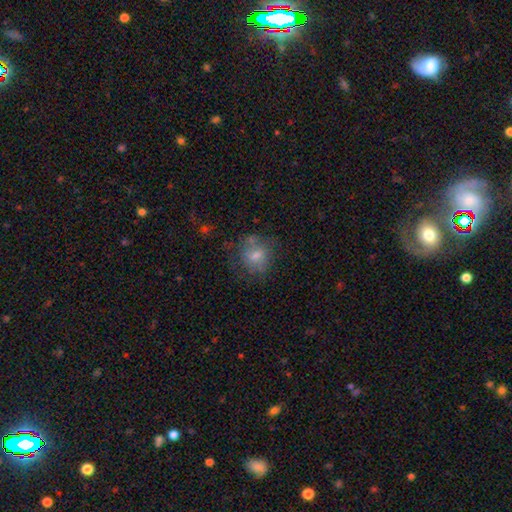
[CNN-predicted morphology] smooth_or_featured: smooth (p=0.61) [alt: featured or disk p=0.26]
how_rounded: round (p=0.72) [alt: in between p=0.27]
merging: none (p=0.61) [alt: minor disturbance p=0.20]